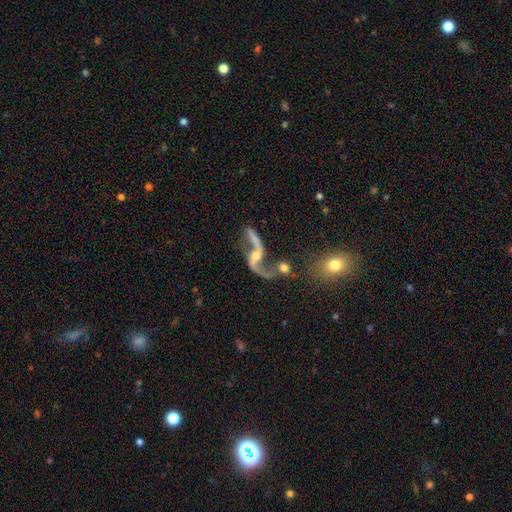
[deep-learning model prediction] Morphology: type=featured or disk (88%); edge-on=no (96%); bar=no (51%); spiral arms=yes (93%); winding=loose (91%); arm count=2 (91%); bulge=small (49%); merging=none (46%).